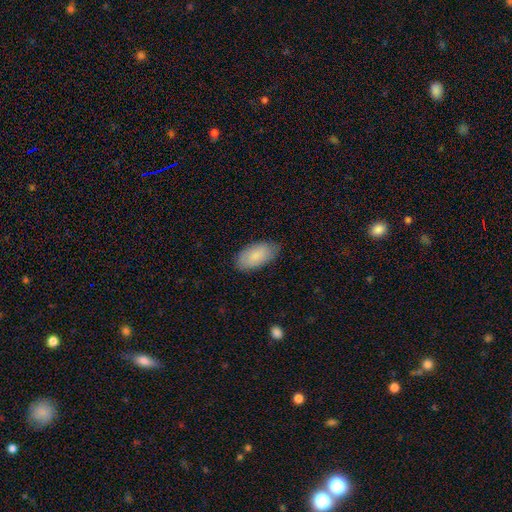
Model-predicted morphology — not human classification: Smooth or featured?
  - smooth: 86% *
  - featured or disk: 9%
  - star or artifact: 6%
How rounded?
  - in between: 94% *
  - cigar-shaped: 4%
  - round: 2%
Merging?
  - none: 82% *
  - minor disturbance: 15%
  - major disturbance: 3%
  - merger: 1%